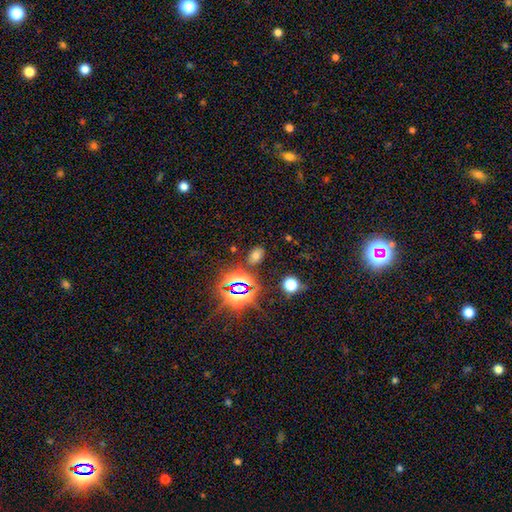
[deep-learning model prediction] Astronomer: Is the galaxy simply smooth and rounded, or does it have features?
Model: smooth — 59%.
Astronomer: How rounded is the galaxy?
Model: in between — 80%.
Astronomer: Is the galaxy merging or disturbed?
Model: none — 83%.